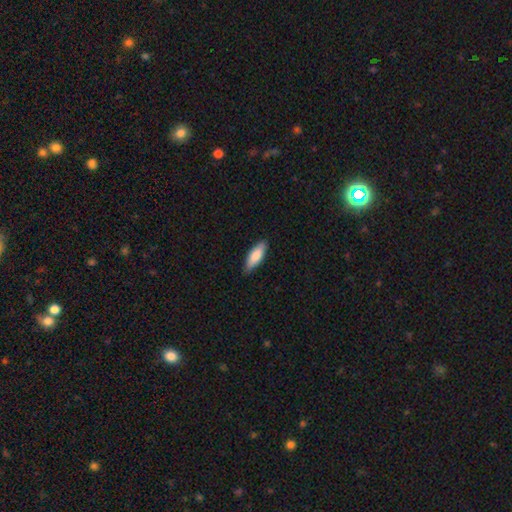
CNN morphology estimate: smooth_or_featured: smooth (p=0.81) [alt: featured or disk p=0.13]
how_rounded: in between (p=0.59) [alt: cigar-shaped p=0.39]
merging: none (p=0.86) [alt: minor disturbance p=0.12]